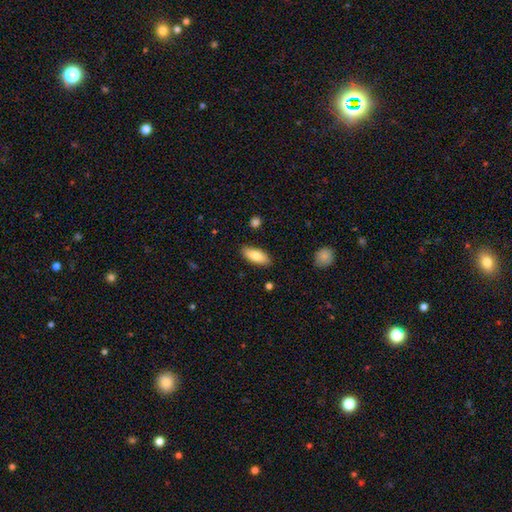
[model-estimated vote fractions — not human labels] smooth-or-featured: smooth: 80% | featured or disk: 13% | star or artifact: 6%
  how-rounded: in between: 82% | cigar-shaped: 15% | round: 2%
  merging: none: 85% | minor disturbance: 11% | major disturbance: 2% | merger: 2%